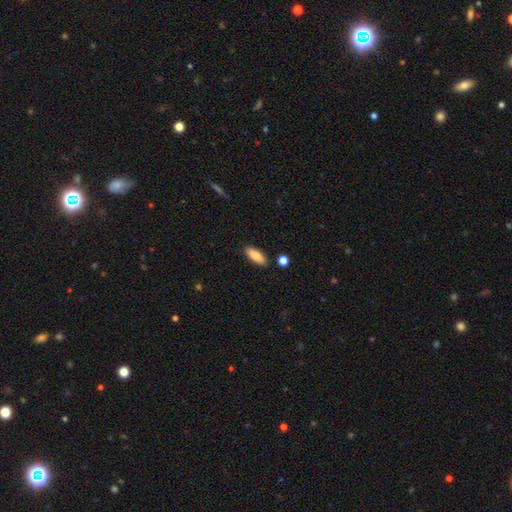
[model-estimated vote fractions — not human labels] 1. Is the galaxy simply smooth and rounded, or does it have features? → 81% smooth, 12% featured or disk, 6% star or artifact.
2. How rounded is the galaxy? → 66% in between, 32% cigar-shaped, 2% round.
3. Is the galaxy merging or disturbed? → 87% none, 9% minor disturbance, 3% merger, 2% major disturbance.